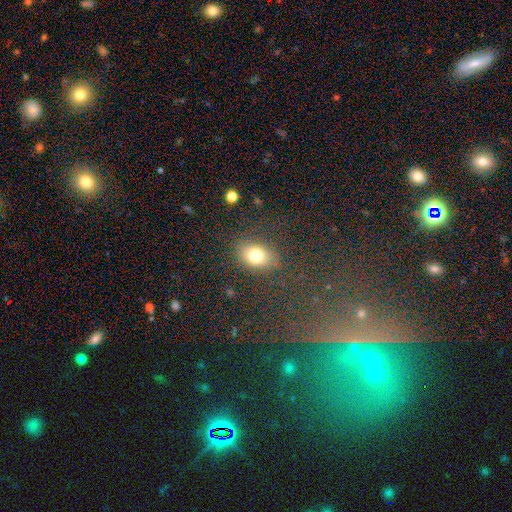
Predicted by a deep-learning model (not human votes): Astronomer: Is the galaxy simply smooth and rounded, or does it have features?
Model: smooth — 78%.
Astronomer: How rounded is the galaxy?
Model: in between — 69%.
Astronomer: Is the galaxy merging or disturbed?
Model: none — 81%.